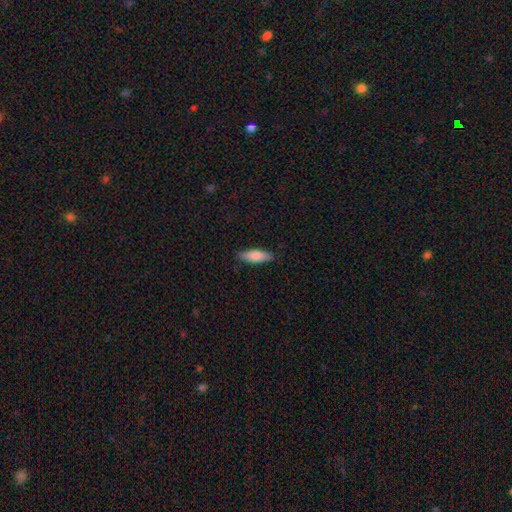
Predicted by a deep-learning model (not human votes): smooth_or_featured: smooth (p=0.79) [alt: featured or disk p=0.15]
how_rounded: in between (p=0.51) [alt: cigar-shaped p=0.47]
merging: none (p=0.87) [alt: minor disturbance p=0.11]